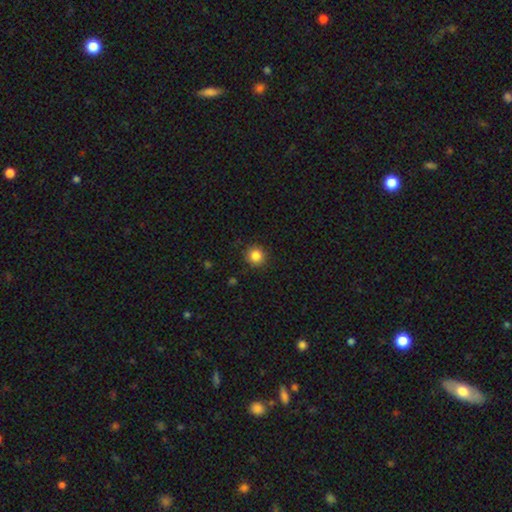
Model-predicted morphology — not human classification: smooth-or-featured: smooth: 85% | star or artifact: 11% | featured or disk: 4%
  how-rounded: round: 93% | in between: 6% | cigar-shaped: 1%
  merging: none: 90% | minor disturbance: 7% | major disturbance: 2% | merger: 1%